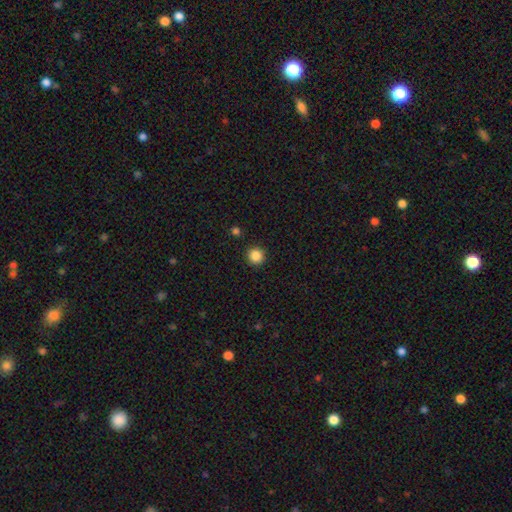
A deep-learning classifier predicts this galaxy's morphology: A smooth galaxy with no disk features (86%) that is round (95%). Merging: none (92%).